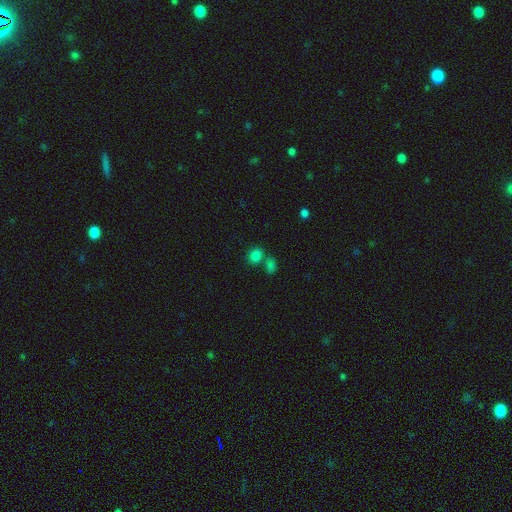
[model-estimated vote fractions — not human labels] Smooth or featured? Predicted: smooth (p=0.81). How rounded? Predicted: in between (p=0.50). Merging? Predicted: none (p=0.50).